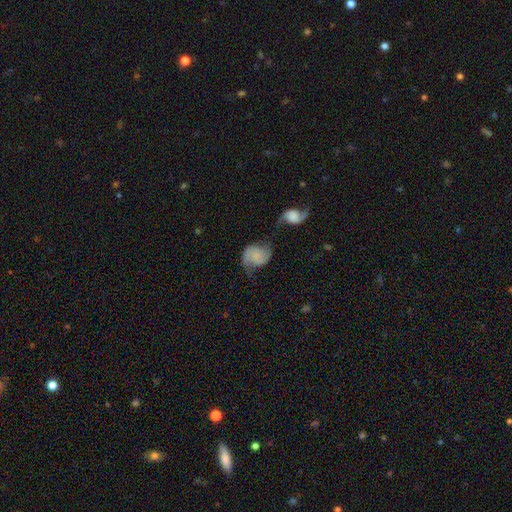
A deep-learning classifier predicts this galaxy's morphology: smooth_or_featured: featured or disk (p=0.66) [alt: smooth p=0.26]
disk_edge_on: no (p=0.97) [alt: yes p=0.03]
bar: no (p=0.69) [alt: weak p=0.25]
has_spiral_arms: yes (p=0.94) [alt: no p=0.06]
spiral_winding: loose (p=0.41) [tied with: medium p=0.41]
spiral_arm_count: 2 (p=0.87) [alt: can't tell p=0.05]
bulge_size: none (p=0.59) [alt: small p=0.24]
merging: none (p=0.45) [alt: minor disturbance p=0.22]